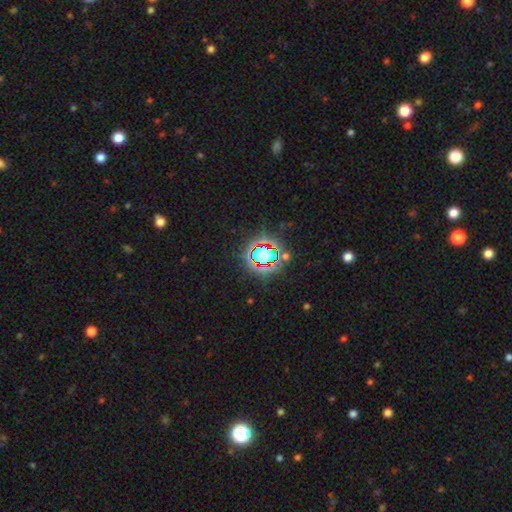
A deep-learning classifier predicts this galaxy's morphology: A star or artifact, not a galaxy (74%).

Vote fractions:
- Smooth or featured? star or artifact: 74% / smooth: 15% / featured or disk: 11%